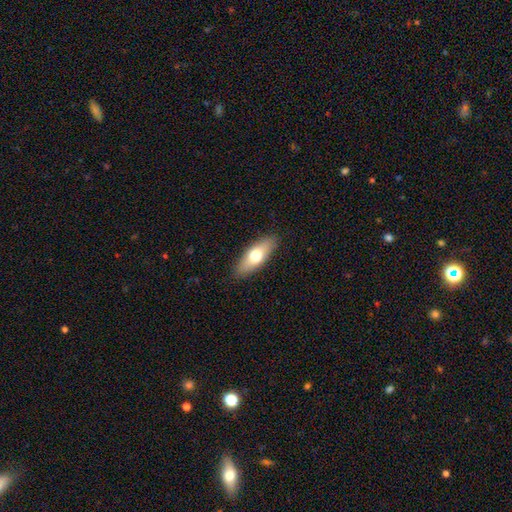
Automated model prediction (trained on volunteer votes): Smooth or featured?
  - smooth: 66% *
  - featured or disk: 28%
  - star or artifact: 6%
How rounded?
  - in between: 67% *
  - cigar-shaped: 31%
  - round: 3%
Merging?
  - none: 89% *
  - minor disturbance: 8%
  - major disturbance: 2%
  - merger: 1%